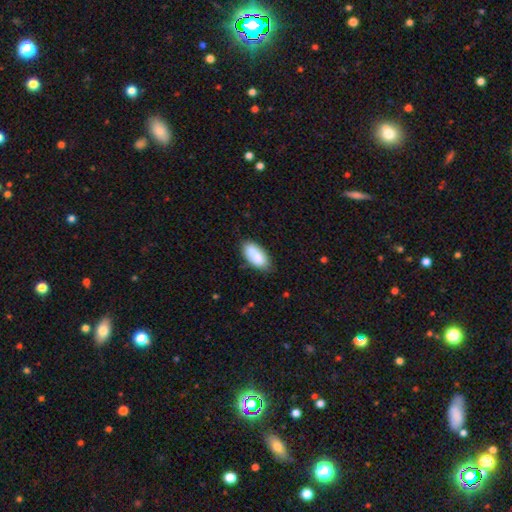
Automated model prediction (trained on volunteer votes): A smooth galaxy with no disk features (83%) that is in between round and cigar-shaped (91%).

Vote fractions:
- Smooth or featured? smooth: 83% / featured or disk: 11% / star or artifact: 7%
- How rounded? in between: 91% / cigar-shaped: 6% / round: 2%
- Merging? none: 73% / minor disturbance: 20% / merger: 4% / major disturbance: 4%